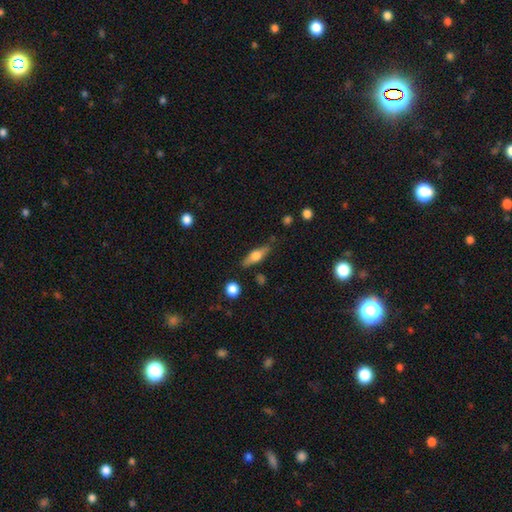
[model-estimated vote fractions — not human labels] smooth-or-featured: smooth: 48% | featured or disk: 46% | star or artifact: 7%
  merging: none: 79% | minor disturbance: 14% | major disturbance: 3% | merger: 3%